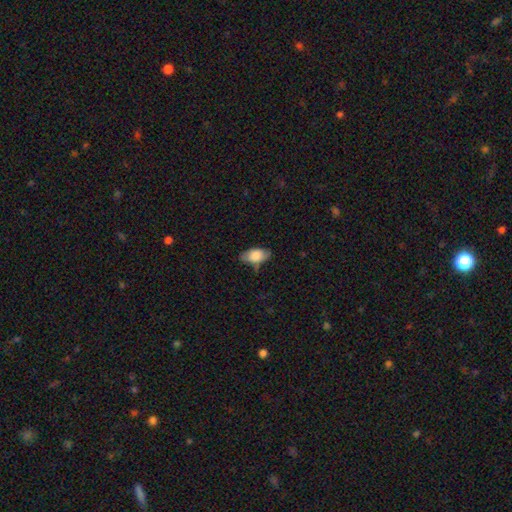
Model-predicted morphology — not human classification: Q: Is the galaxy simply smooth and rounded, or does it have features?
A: smooth — 81%.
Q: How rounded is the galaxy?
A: in between — 92%.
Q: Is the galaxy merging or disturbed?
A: none — 61%.